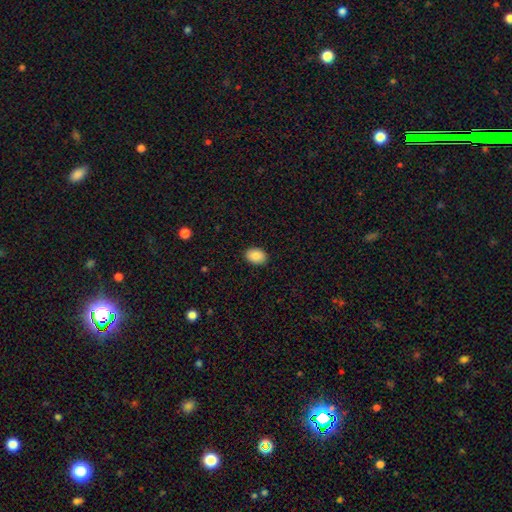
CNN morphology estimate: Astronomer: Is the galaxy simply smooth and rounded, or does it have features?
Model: smooth — 88%.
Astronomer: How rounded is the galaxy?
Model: in between — 77%.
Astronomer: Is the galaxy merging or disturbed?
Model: none — 90%.